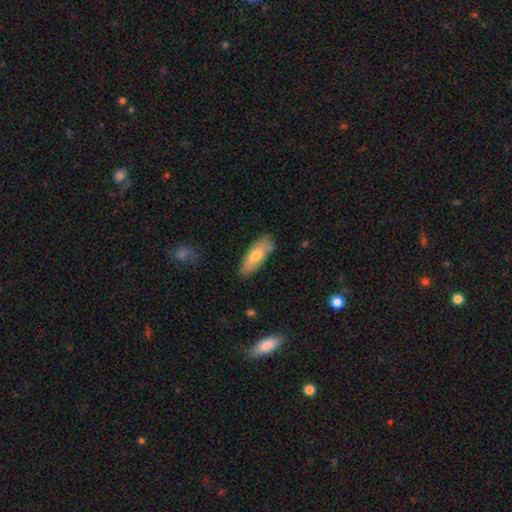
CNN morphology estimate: smooth_or_featured: smooth (p=0.70) [alt: featured or disk p=0.24]
how_rounded: in between (p=0.69) [alt: cigar-shaped p=0.29]
merging: none (p=0.78) [alt: minor disturbance p=0.17]